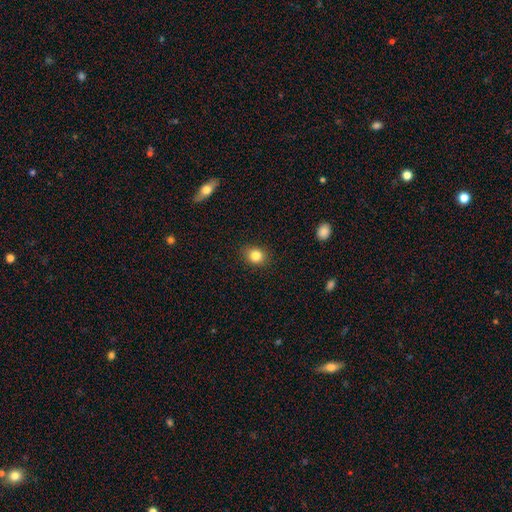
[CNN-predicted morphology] Q: Smooth or featured?
A: smooth (83%); runner-up: star or artifact (10%)
Q: How rounded?
A: round (63%); runner-up: in between (36%)
Q: Merging?
A: none (87%); runner-up: minor disturbance (9%)